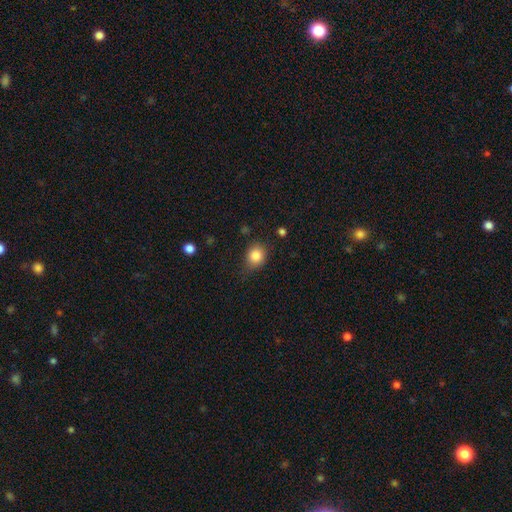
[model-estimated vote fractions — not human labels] Smooth or featured? Predicted: smooth (p=0.84). How rounded? Predicted: round (p=0.72). Merging? Predicted: none (p=0.69).